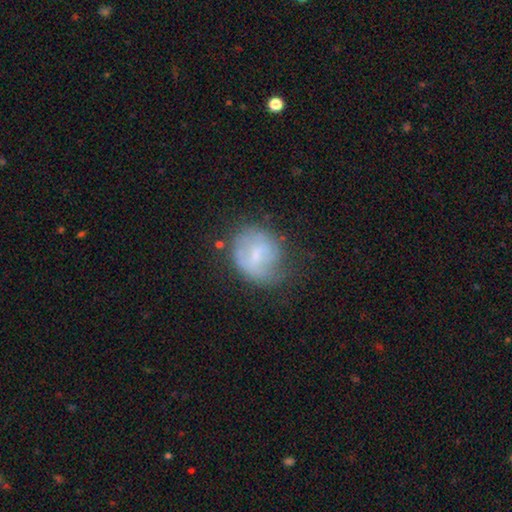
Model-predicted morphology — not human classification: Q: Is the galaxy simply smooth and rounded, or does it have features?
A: smooth — 50%.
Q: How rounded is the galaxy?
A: round — 69%.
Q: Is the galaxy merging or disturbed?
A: none — 49%.